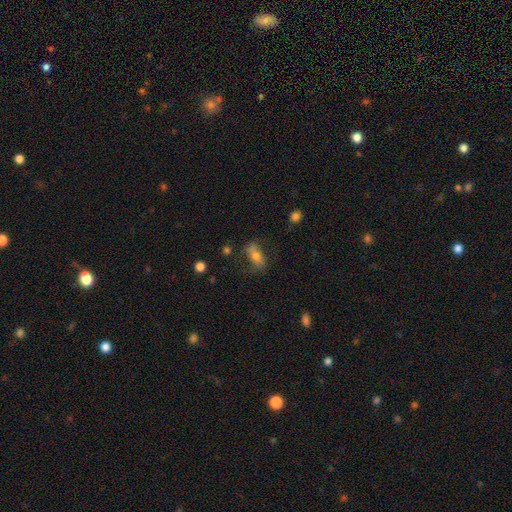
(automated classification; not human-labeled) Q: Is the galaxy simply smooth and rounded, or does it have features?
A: smooth — 64%.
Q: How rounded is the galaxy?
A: in between — 79%.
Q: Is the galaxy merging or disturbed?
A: none — 62%.